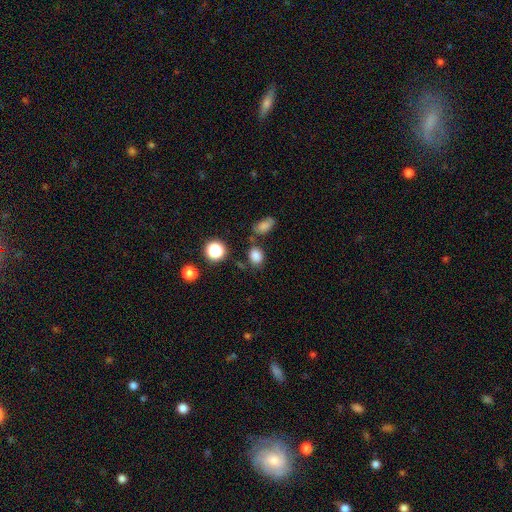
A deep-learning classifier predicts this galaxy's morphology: Smooth or featured? smooth (81%)
How rounded? in between (53%)
Merging? none (72%)